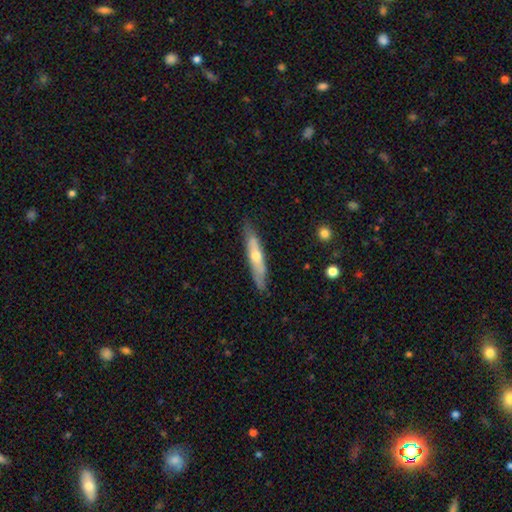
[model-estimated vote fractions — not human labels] Smooth or featured: featured or disk — 51% (smooth — 44%)
Edge-on disk: yes — 80% (no — 20%)
Merging: none — 83% (minor disturbance — 13%)